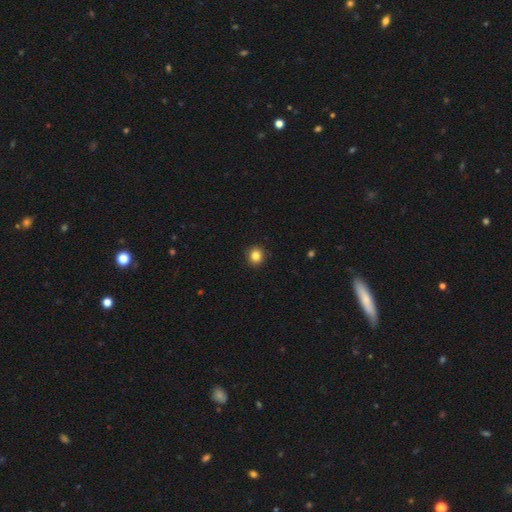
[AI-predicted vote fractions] Smooth or featured? smooth (84%)
How rounded? round (85%)
Merging? none (92%)